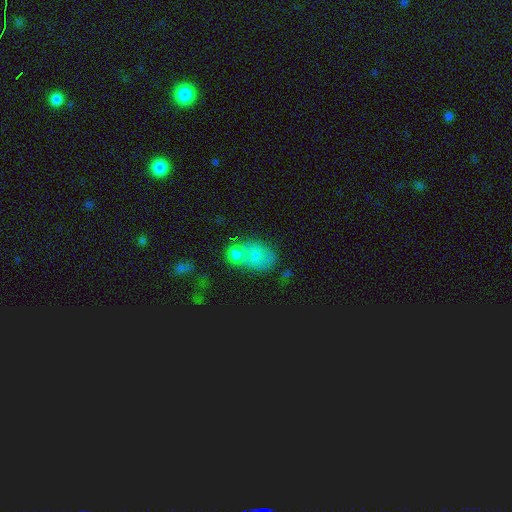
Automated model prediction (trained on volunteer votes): Smooth or featured: smooth — 67% (featured or disk — 17%)
How rounded: in between — 62% (round — 36%)
Merging: merger — 55% (none — 27%)